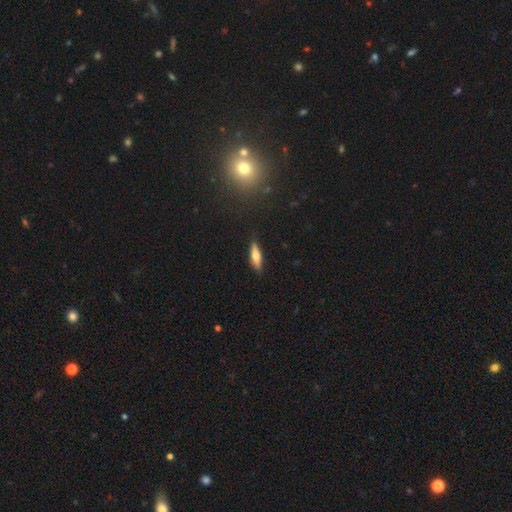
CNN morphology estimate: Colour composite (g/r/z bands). It shows a smooth galaxy with no disk features (60%) that is cigar-shaped (62%). Merging: none (86%).